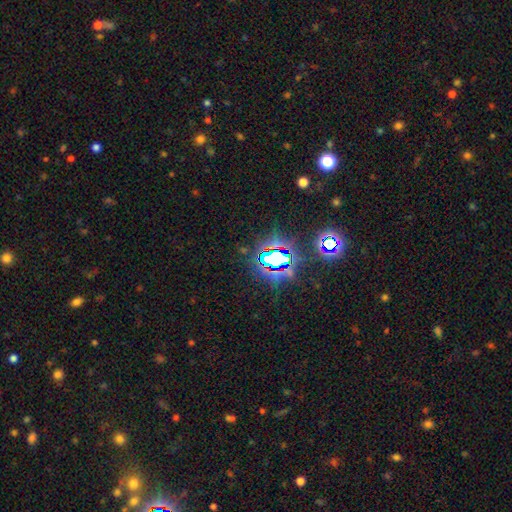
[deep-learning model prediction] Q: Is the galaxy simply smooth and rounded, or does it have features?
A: star or artifact — 80%.